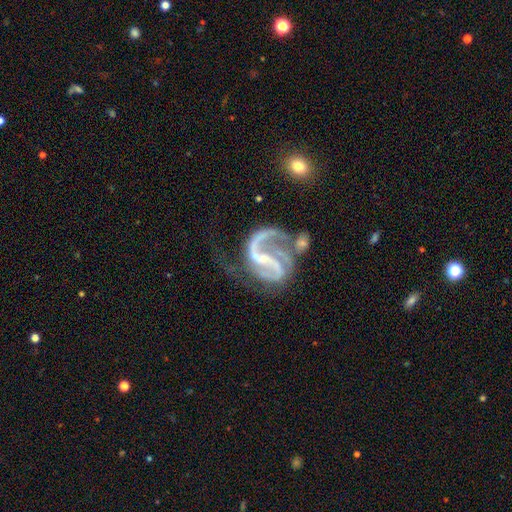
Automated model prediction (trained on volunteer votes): A featured or disk galaxy (90%) with a weak bar (43%), 2 (64%) medium (45%) spiral arms (95%) and a small central bulge (59%).

Vote fractions:
- Smooth or featured? featured or disk: 90% / star or artifact: 5% / smooth: 4%
- Edge-on disk? no: 98% / yes: 2%
- Bar? weak: 43% / no: 29% / strong: 28%
- Spiral arms? yes: 95% / no: 5%
- Spiral winding? medium: 45% / loose: 44% / tight: 11%
- Spiral arm count? 2: 64% / 1: 14% / 3: 10% / can't tell: 6% / 4: 3% / more than 4: 3%
- Bulge size? small: 59% / none: 21% / moderate: 17% / large: 2% / dominant: 1%
- Merging? major disturbance: 38% / none: 28% / merger: 18% / minor disturbance: 16%